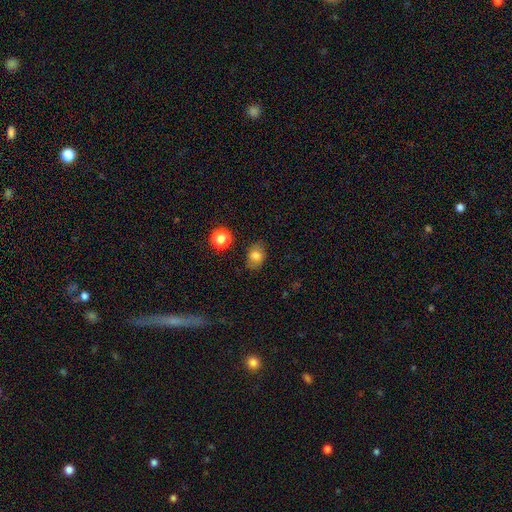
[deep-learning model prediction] A smooth galaxy with no disk features (77%) that is in between round and cigar-shaped (64%). Merging: none (77%).